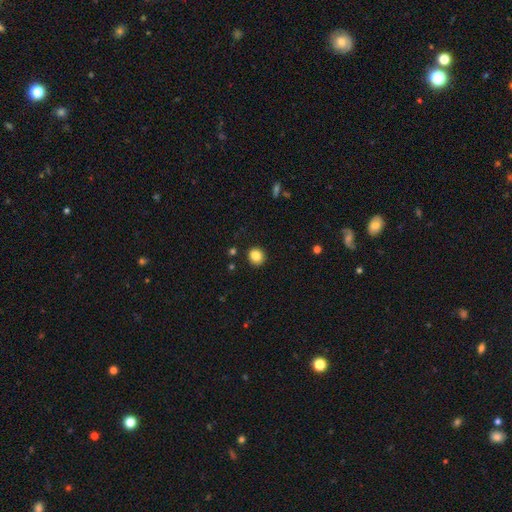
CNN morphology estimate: This is clearly a smooth galaxy (86%). How rounded: clearly round (82%). Merging: clearly none (89%).